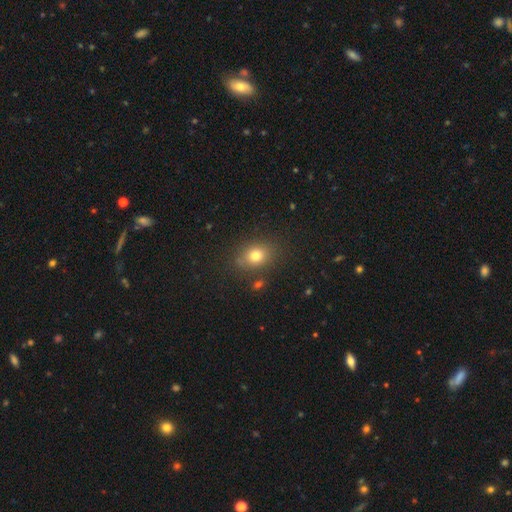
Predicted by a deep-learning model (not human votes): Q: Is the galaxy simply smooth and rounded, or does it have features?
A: smooth — 77%.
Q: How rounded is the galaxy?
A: in between — 57%.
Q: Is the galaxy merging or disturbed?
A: none — 79%.